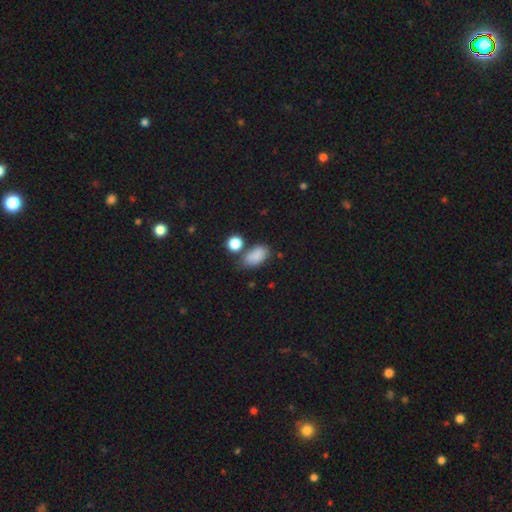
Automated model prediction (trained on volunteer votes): Smooth or featured: smooth — 85% (star or artifact — 9%)
How rounded: in between — 88% (round — 9%)
Merging: none — 60% (minor disturbance — 19%)